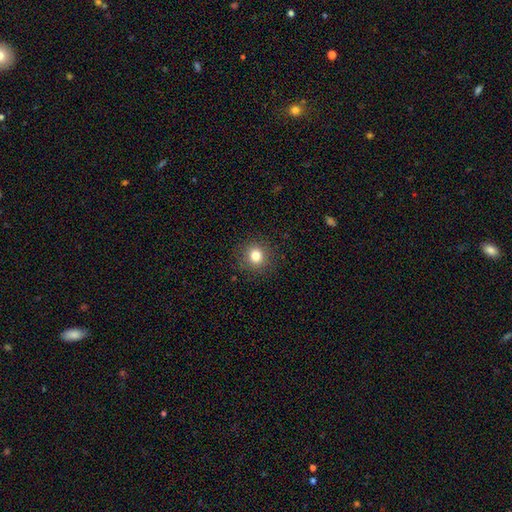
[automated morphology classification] Q: Smooth or featured?
A: smooth (80%); runner-up: star or artifact (13%)
Q: How rounded?
A: round (91%); runner-up: in between (8%)
Q: Merging?
A: none (90%); runner-up: minor disturbance (7%)